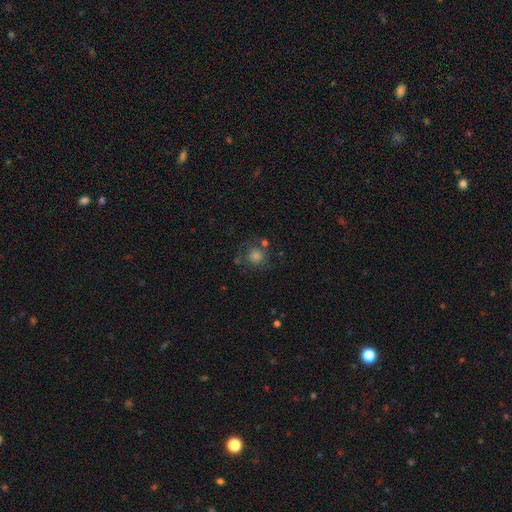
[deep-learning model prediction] Q: Smooth or featured?
A: smooth (60%); runner-up: star or artifact (23%)
Q: How rounded?
A: round (89%); runner-up: in between (10%)
Q: Merging?
A: none (69%); runner-up: minor disturbance (14%)